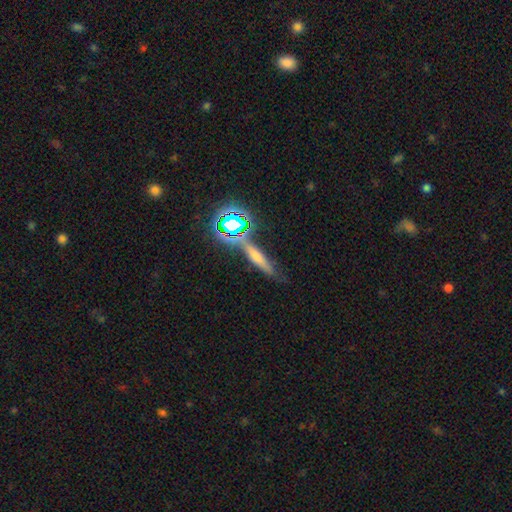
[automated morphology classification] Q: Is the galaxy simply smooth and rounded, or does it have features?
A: smooth — 41%.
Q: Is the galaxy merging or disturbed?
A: none — 70%.